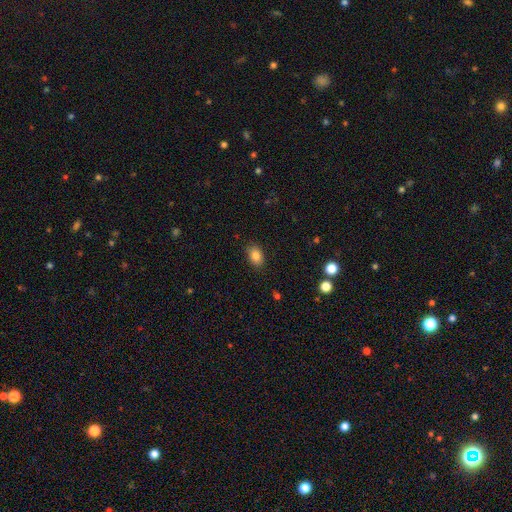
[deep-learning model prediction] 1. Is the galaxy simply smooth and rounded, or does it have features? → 84% smooth, 10% star or artifact, 6% featured or disk.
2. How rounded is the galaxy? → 82% in between, 17% round, 1% cigar-shaped.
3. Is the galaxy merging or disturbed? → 85% none, 11% minor disturbance, 3% major disturbance, 1% merger.